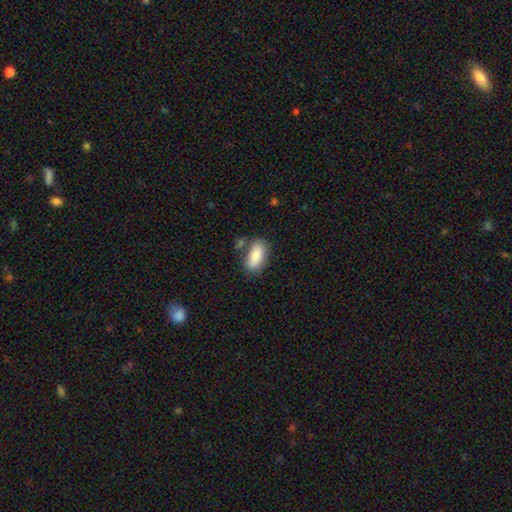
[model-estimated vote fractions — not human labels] Smooth or featured?
  - smooth: 81% *
  - featured or disk: 12%
  - star or artifact: 7%
How rounded?
  - in between: 88% *
  - cigar-shaped: 9%
  - round: 3%
Merging?
  - none: 70% *
  - minor disturbance: 16%
  - merger: 9%
  - major disturbance: 5%